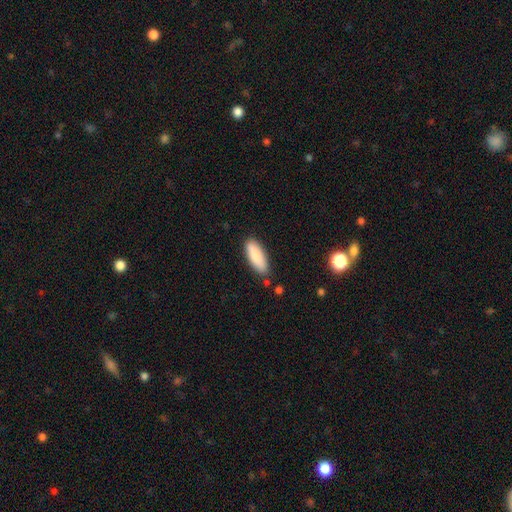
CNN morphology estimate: This appears to be a smooth galaxy with no disk features (86%) that is in between round and cigar-shaped (65%). Merging: none (83%).